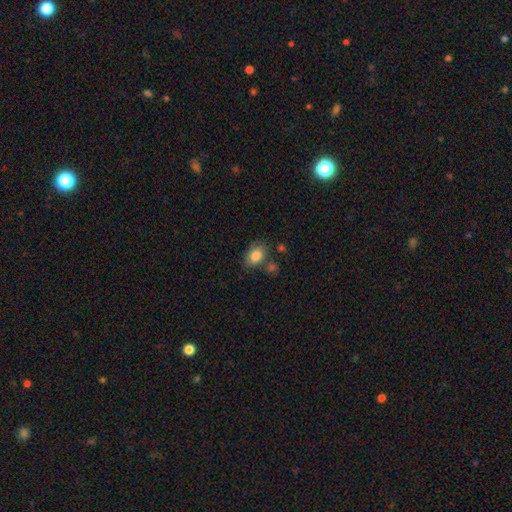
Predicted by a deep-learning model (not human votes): smooth 85%, star or artifact 8%, featured or disk 7%. Down the decision tree: how rounded — in between (80%); merging — none (68%).